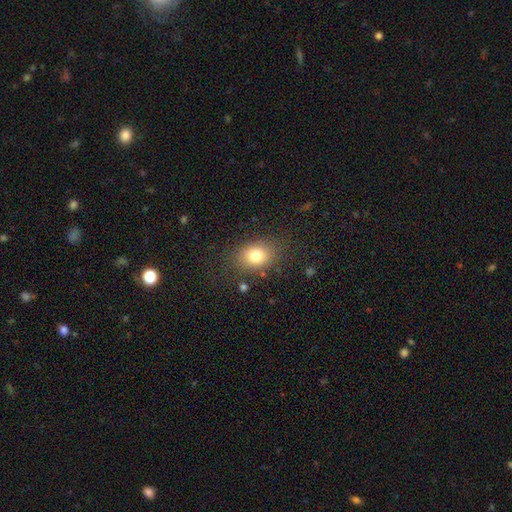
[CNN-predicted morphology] Smooth or featured: smooth — 80% (star or artifact — 11%)
How rounded: in between — 62% (round — 36%)
Merging: none — 80% (minor disturbance — 13%)